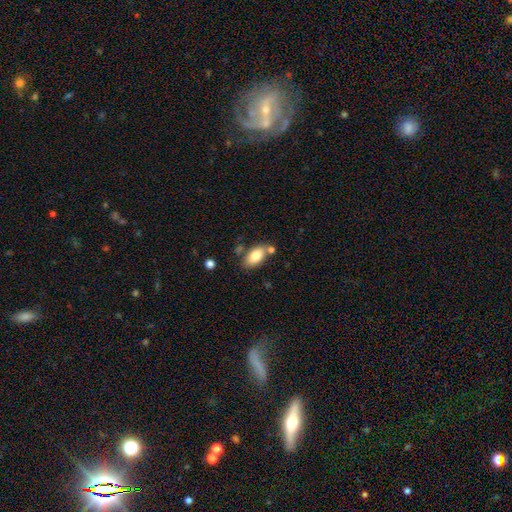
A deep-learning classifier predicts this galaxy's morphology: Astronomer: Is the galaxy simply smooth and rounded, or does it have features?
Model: smooth — 80%.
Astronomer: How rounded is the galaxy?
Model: in between — 91%.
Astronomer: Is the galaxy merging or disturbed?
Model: none — 69%.